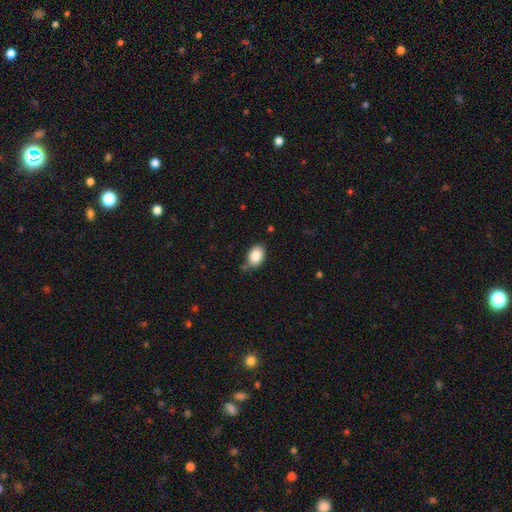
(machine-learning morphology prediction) Q: Smooth or featured?
A: smooth (87%); runner-up: star or artifact (8%)
Q: How rounded?
A: in between (84%); runner-up: round (14%)
Q: Merging?
A: none (74%); runner-up: minor disturbance (19%)